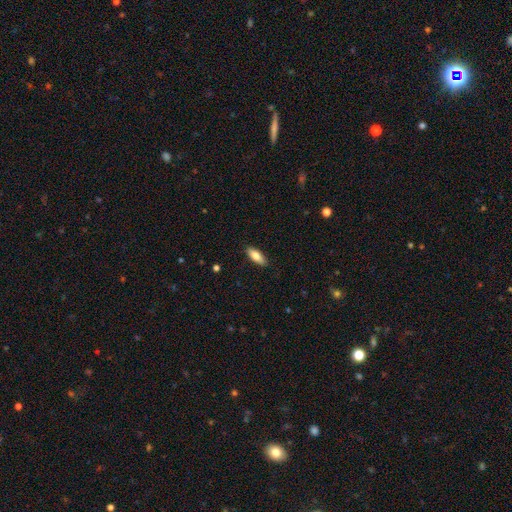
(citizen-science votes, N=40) A smooth galaxy with no disk features (75%) that is in between round and cigar-shaped (77%).

Vote fractions:
- Smooth or featured? smooth: 75% / featured or disk: 20% / star or artifact: 5%
- How rounded? in between: 77% / cigar-shaped: 23% / round: 0%
- Merging? none: 87% / minor disturbance: 13% / major disturbance: 0% / merger: 0%